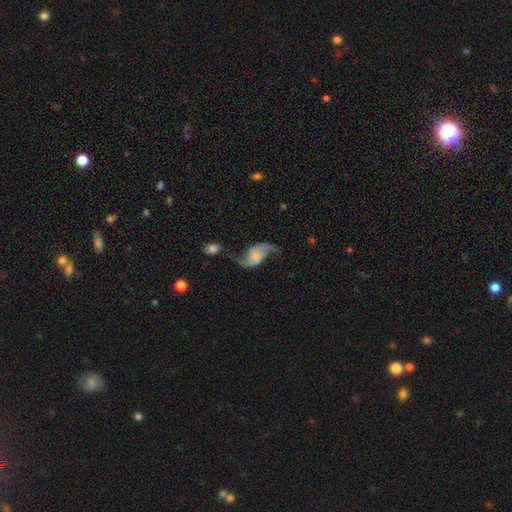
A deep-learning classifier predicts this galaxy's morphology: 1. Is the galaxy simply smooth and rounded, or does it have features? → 83% featured or disk, 11% smooth, 6% star or artifact.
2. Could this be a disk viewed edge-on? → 97% no, 3% yes.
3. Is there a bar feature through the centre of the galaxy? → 53% no, 36% weak, 11% strong.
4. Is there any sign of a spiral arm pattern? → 95% yes, 5% no.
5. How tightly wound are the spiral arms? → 85% loose, 12% medium, 3% tight.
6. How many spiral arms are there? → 93% 2, 3% 1, 2% can't tell, 1% 3, 1% 4, 1% more than 4.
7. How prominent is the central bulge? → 41% small, 29% none, 20% moderate, 7% large, 3% dominant.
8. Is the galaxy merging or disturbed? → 51% none, 19% minor disturbance, 16% major disturbance, 14% merger.